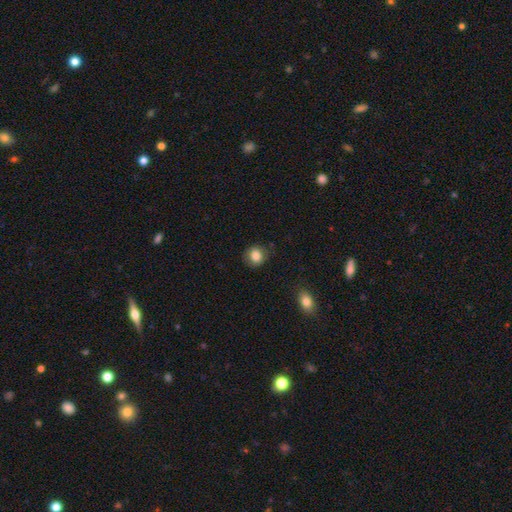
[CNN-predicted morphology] Q: Smooth or featured?
A: smooth (84%); runner-up: star or artifact (9%)
Q: How rounded?
A: round (82%); runner-up: in between (17%)
Q: Merging?
A: none (83%); runner-up: minor disturbance (13%)